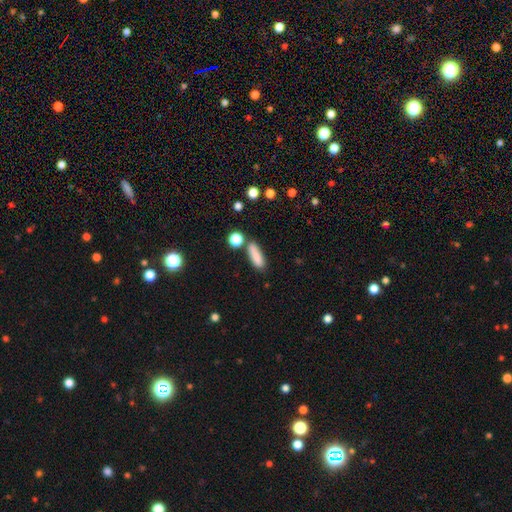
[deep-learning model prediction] Smooth or featured? smooth (84%)
How rounded? cigar-shaped (48%, tied with in between)
Merging? none (68%)